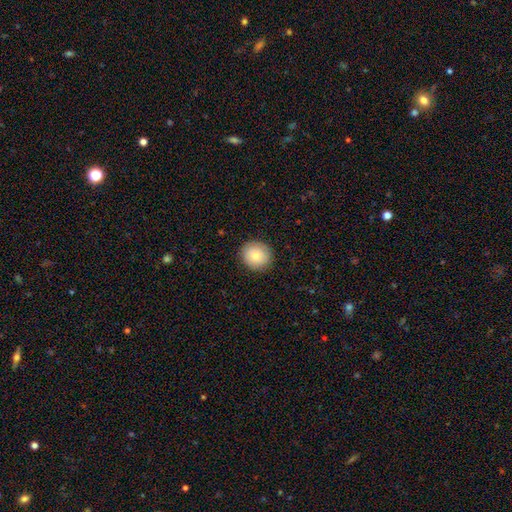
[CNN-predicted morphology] Overall: smooth (78%). How rounded: round (88%). Merging: none (89%).